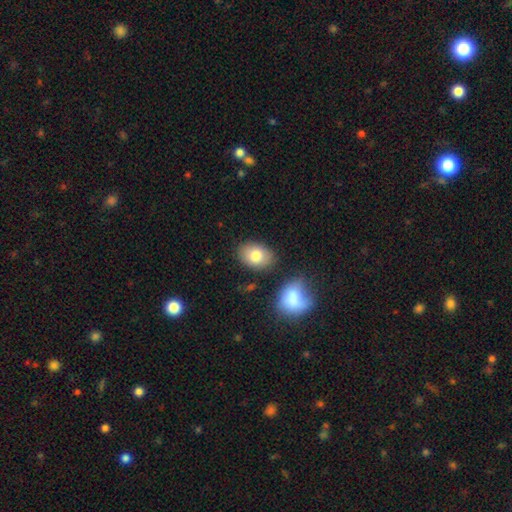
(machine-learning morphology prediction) Smooth or featured?
  - smooth: 81% *
  - featured or disk: 12%
  - star or artifact: 7%
How rounded?
  - in between: 79% *
  - round: 20%
  - cigar-shaped: 1%
Merging?
  - none: 81% *
  - minor disturbance: 12%
  - merger: 5%
  - major disturbance: 3%